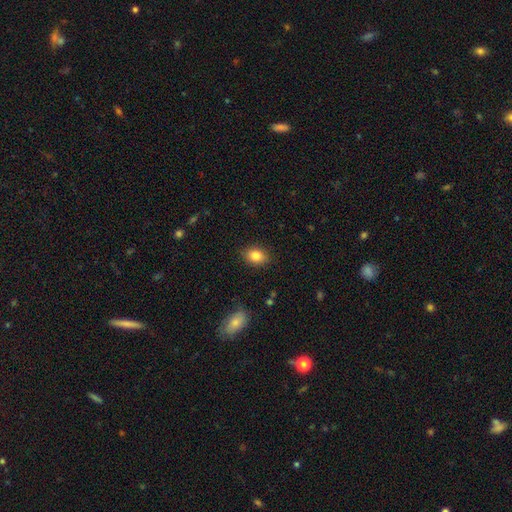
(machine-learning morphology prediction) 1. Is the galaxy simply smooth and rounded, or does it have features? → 84% smooth, 9% star or artifact, 7% featured or disk.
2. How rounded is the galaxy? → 60% in between, 39% round, 1% cigar-shaped.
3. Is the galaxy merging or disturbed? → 87% none, 10% minor disturbance, 2% major disturbance, 1% merger.